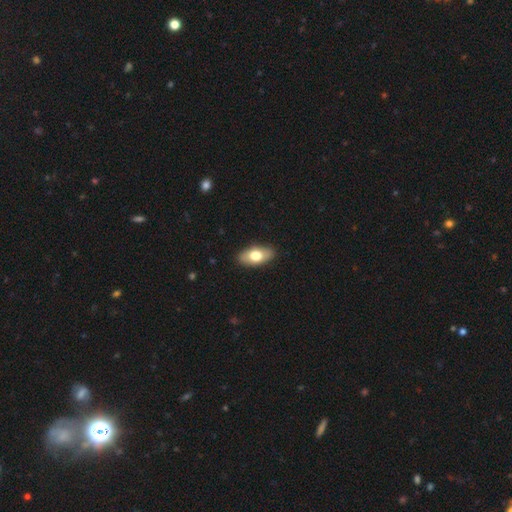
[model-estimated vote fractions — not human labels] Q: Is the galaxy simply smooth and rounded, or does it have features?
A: smooth — 71%.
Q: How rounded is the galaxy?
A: in between — 91%.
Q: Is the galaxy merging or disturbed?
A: none — 88%.